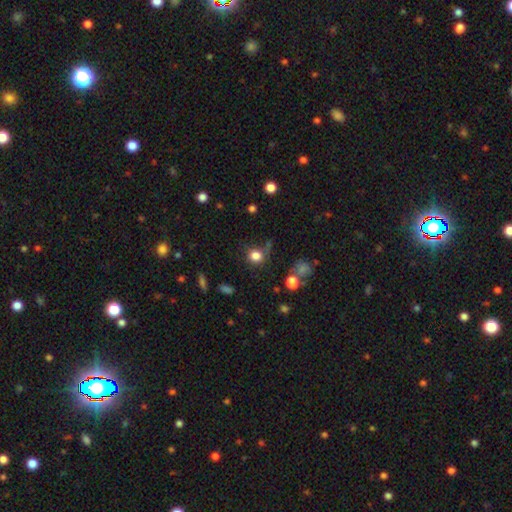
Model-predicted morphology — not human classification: A smooth galaxy with no disk features (81%) that is round (81%).

Vote fractions:
- Smooth or featured? smooth: 81% / star or artifact: 13% / featured or disk: 6%
- How rounded? round: 81% / in between: 18% / cigar-shaped: 1%
- Merging? none: 65% / minor disturbance: 19% / major disturbance: 8% / merger: 7%